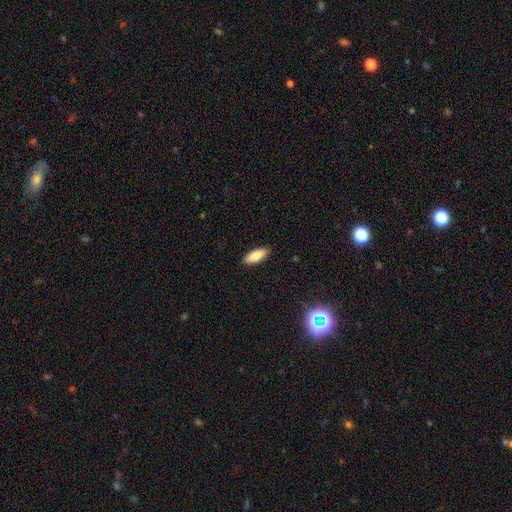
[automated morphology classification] smooth 82%, featured or disk 11%, star or artifact 7%. Down the decision tree: how rounded — in between (76%); merging — none (89%).